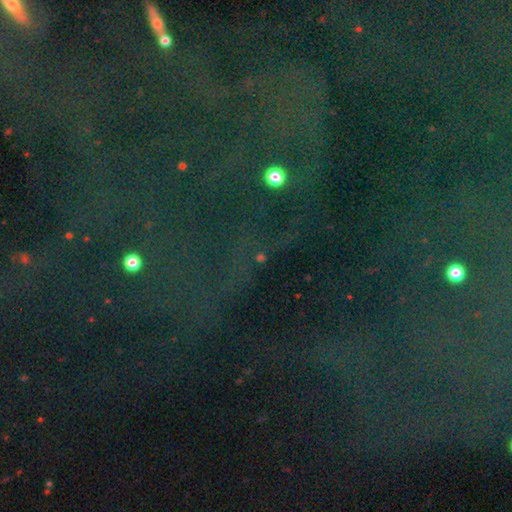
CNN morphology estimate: Smooth or featured?
  - star or artifact: 79% *
  - smooth: 12%
  - featured or disk: 9%